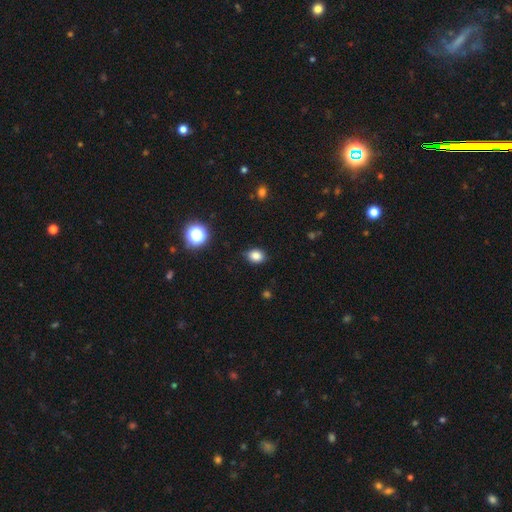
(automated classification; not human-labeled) Overall: smooth (83%). How rounded: in between (62%; round 37%). Merging: none (82%).